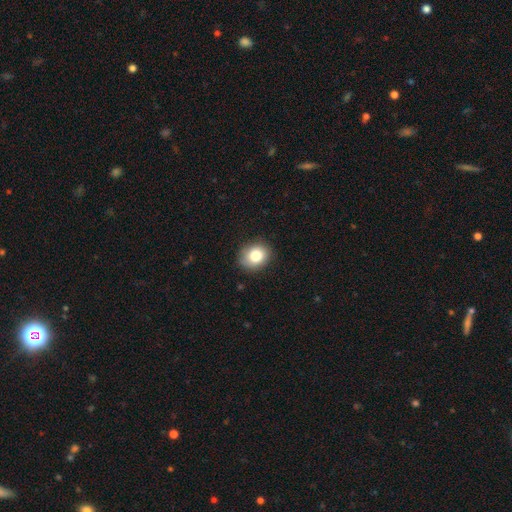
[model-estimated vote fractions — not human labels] Smooth or featured? smooth (82%)
How rounded? round (59%)
Merging? none (85%)